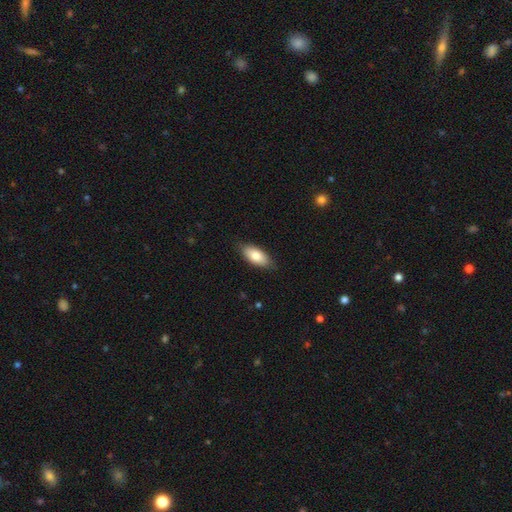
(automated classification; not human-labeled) smooth_or_featured: smooth (p=0.80) [alt: featured or disk p=0.14]
how_rounded: in between (p=0.89) [alt: cigar-shaped p=0.09]
merging: none (p=0.83) [alt: minor disturbance p=0.13]